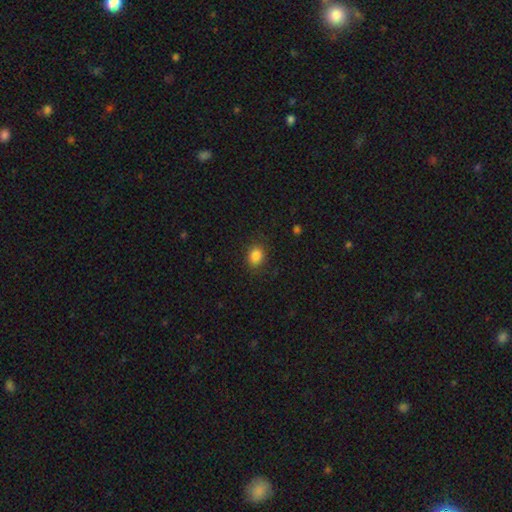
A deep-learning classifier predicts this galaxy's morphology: type=smooth (86%); roundness=round (54%); merging=none (84%).